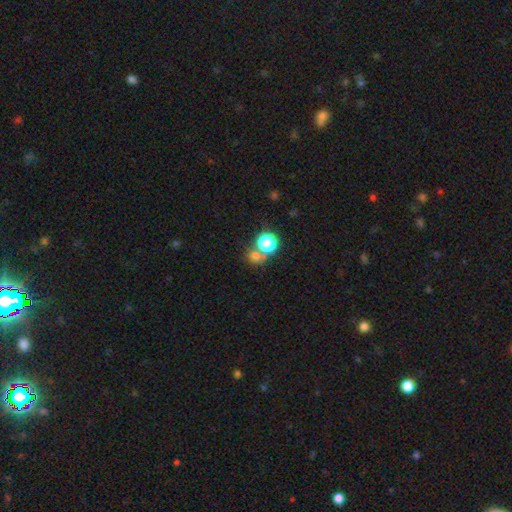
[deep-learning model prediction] smooth 65%, star or artifact 28%, featured or disk 7%. Down the decision tree: how rounded — round (82%); merging — none (59%).